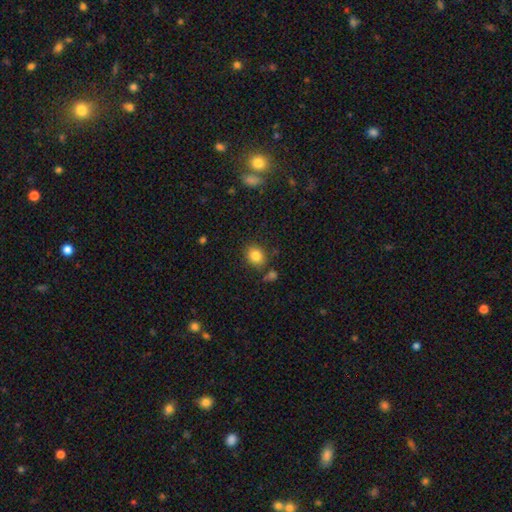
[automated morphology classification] smooth 83%, star or artifact 10%, featured or disk 7%. Down the decision tree: how rounded — round (64%); merging — none (80%).